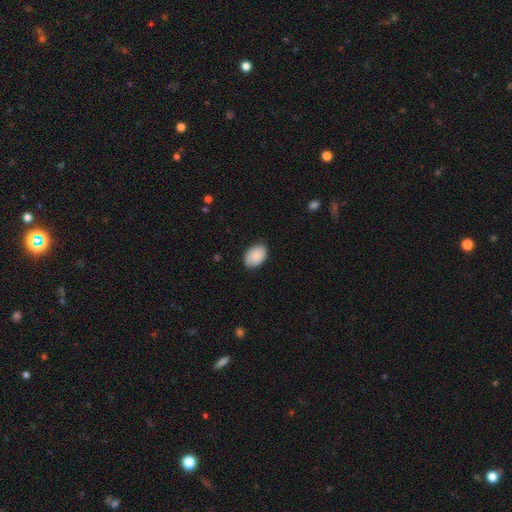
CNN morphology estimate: This appears to be a smooth galaxy with no disk features (88%) that is in between round and cigar-shaped (87%). Merging: none (84%).